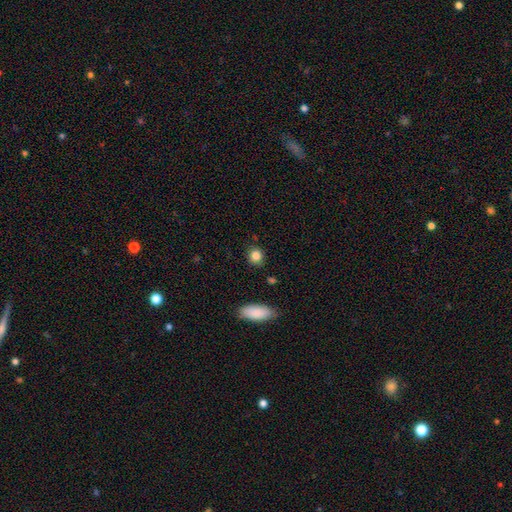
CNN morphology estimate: smooth 85%, star or artifact 10%, featured or disk 5%. Down the decision tree: how rounded — round (75%); merging — none (86%).